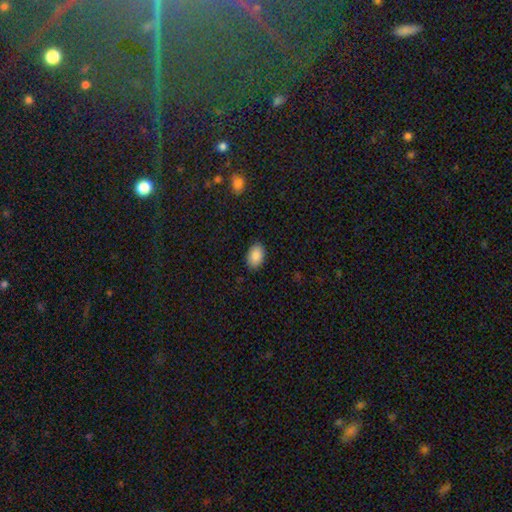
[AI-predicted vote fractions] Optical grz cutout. It shows a smooth galaxy with no disk features (88%) that is in between round and cigar-shaped (88%). Merging: none (89%).